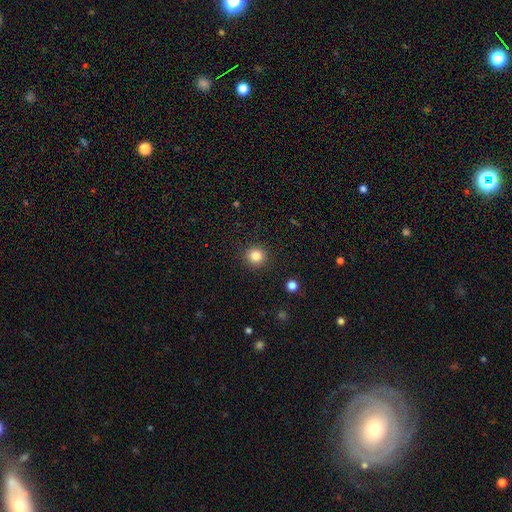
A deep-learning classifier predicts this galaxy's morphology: smooth_or_featured: smooth (p=0.83) [alt: star or artifact p=0.11]
how_rounded: round (p=0.93) [alt: in between p=0.06]
merging: none (p=0.91) [alt: minor disturbance p=0.06]